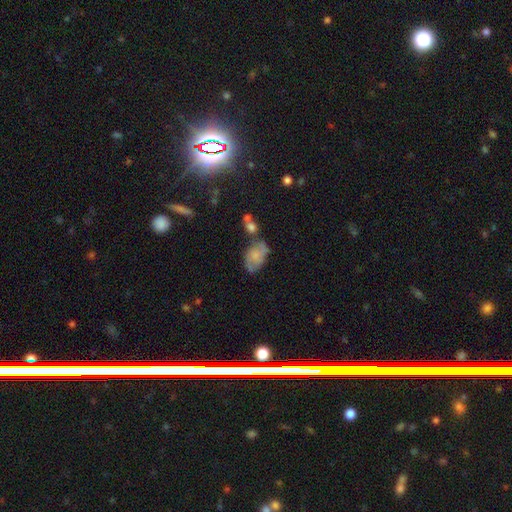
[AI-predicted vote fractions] Smooth or featured? featured or disk (49%)
Merging? none (44%)